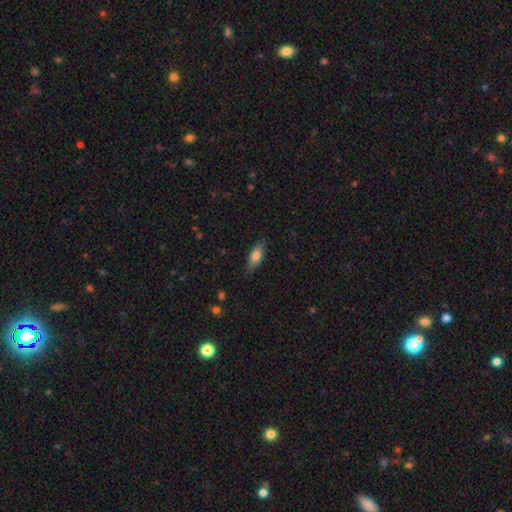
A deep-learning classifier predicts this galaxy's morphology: Smooth or featured? Predicted: smooth (p=0.72). How rounded? Predicted: in between (p=0.72). Merging? Predicted: none (p=0.82).